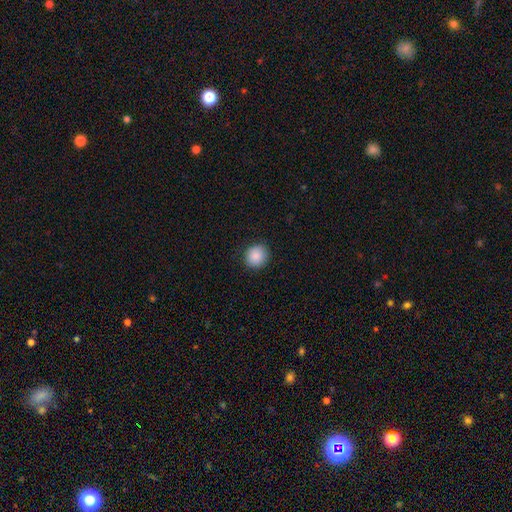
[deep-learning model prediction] Smooth or featured: smooth — 88% (star or artifact — 8%)
How rounded: round — 88% (in between — 12%)
Merging: none — 90% (minor disturbance — 7%)